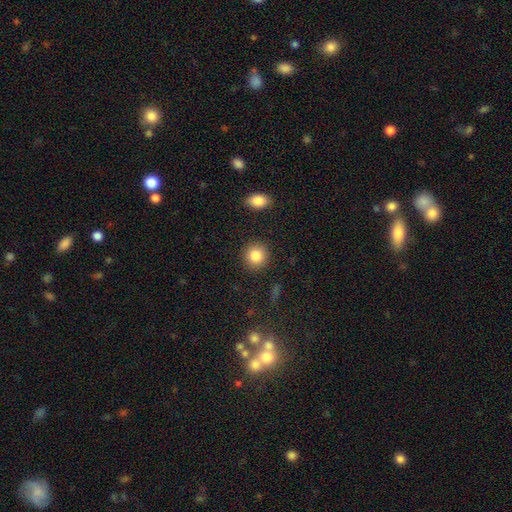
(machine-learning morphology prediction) This appears to be a smooth galaxy with no disk features (85%) that is round (88%). Merging: none (89%).